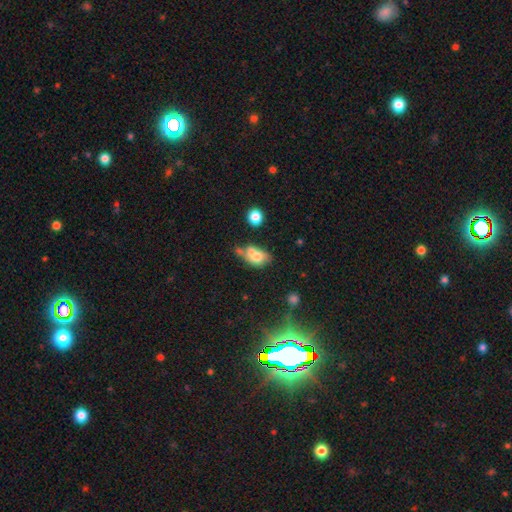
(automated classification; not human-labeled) A smooth galaxy with no disk features (64%) that is in between round and cigar-shaped (76%).

Vote fractions:
- Smooth or featured? smooth: 64% / featured or disk: 25% / star or artifact: 11%
- How rounded? in between: 76% / round: 22% / cigar-shaped: 3%
- Merging? merger: 46% / none: 26% / minor disturbance: 17% / major disturbance: 11%